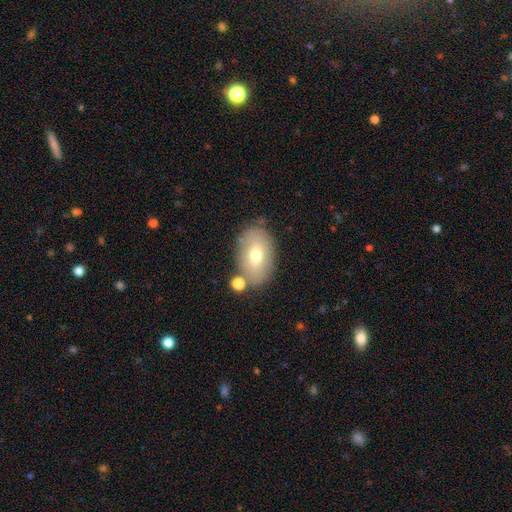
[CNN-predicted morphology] A smooth galaxy with no disk features (65%) that is in between round and cigar-shaped (89%). Merging: none (74%).